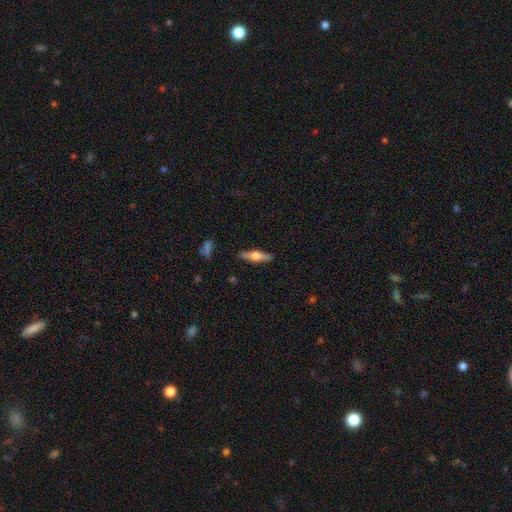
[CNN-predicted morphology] Smooth or featured: featured or disk — 49% (smooth — 45%)
Merging: none — 86% (minor disturbance — 10%)